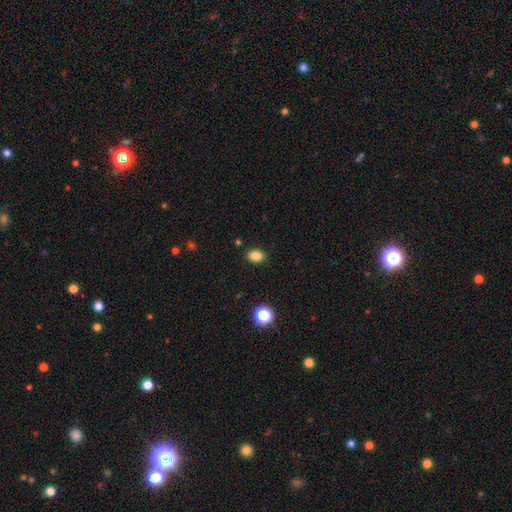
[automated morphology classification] A smooth galaxy with no disk features (84%) that is in between round and cigar-shaped (71%).

Vote fractions:
- Smooth or featured? smooth: 84% / star or artifact: 12% / featured or disk: 5%
- How rounded? in between: 71% / round: 27% / cigar-shaped: 1%
- Merging? none: 87% / minor disturbance: 9% / major disturbance: 2% / merger: 2%